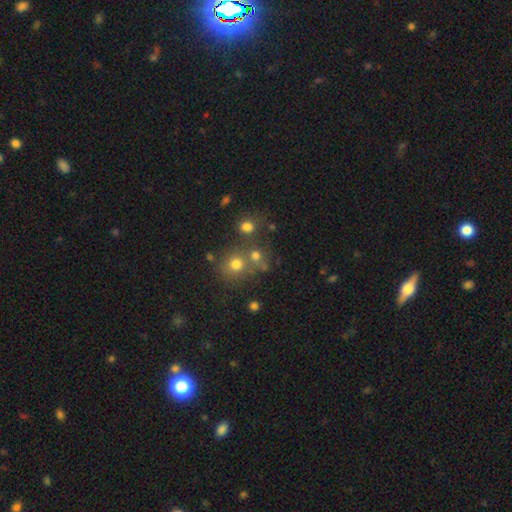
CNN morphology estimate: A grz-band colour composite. It shows a smooth galaxy with no disk features (69%) that is round (83%). Merging: none (56%).